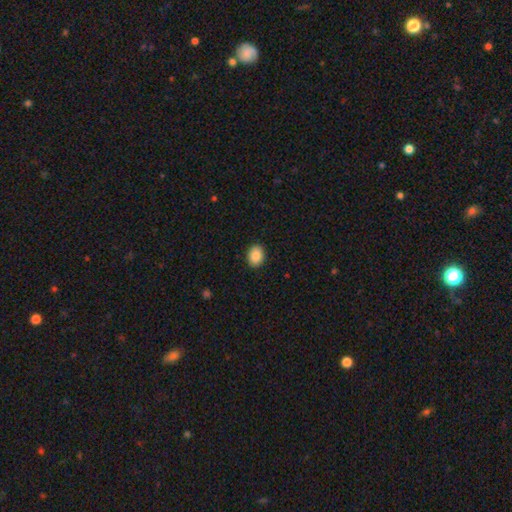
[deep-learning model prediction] smooth-or-featured: smooth: 89% | star or artifact: 8% | featured or disk: 3%
  how-rounded: in between: 69% | round: 30% | cigar-shaped: 1%
  merging: none: 90% | minor disturbance: 7% | major disturbance: 2% | merger: 1%